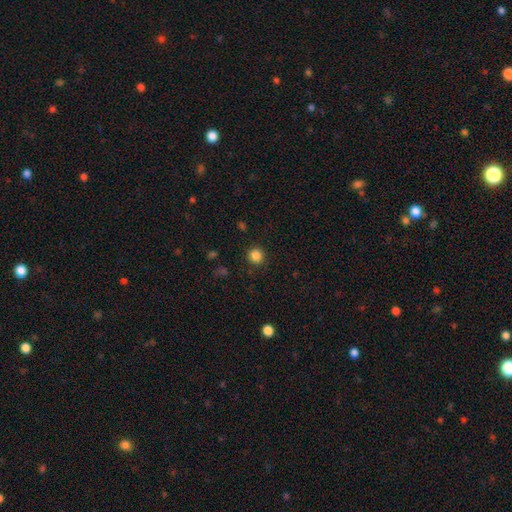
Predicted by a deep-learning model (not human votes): smooth-or-featured: smooth: 85% | star or artifact: 12% | featured or disk: 3%
  how-rounded: round: 92% | in between: 7% | cigar-shaped: 1%
  merging: none: 90% | minor disturbance: 6% | major disturbance: 2% | merger: 1%